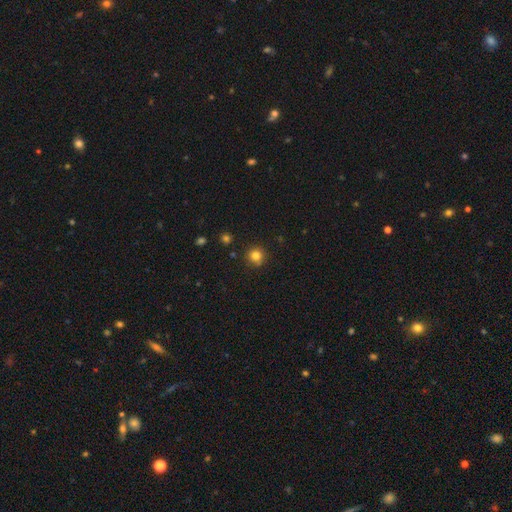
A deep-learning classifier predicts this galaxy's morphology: A smooth galaxy with no disk features (81%) that is round (93%).

Vote fractions:
- Smooth or featured? smooth: 81% / star or artifact: 13% / featured or disk: 6%
- How rounded? round: 93% / in between: 6% / cigar-shaped: 1%
- Merging? none: 86% / minor disturbance: 9% / merger: 3% / major disturbance: 2%